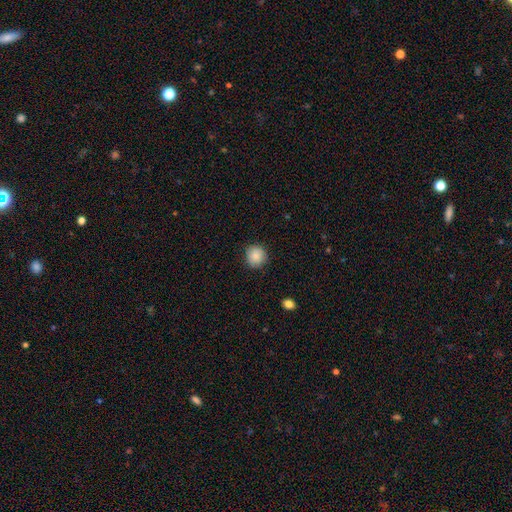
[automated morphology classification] smooth-or-featured: smooth: 86% | star or artifact: 8% | featured or disk: 6%
  how-rounded: round: 91% | in between: 8% | cigar-shaped: 1%
  merging: none: 85% | minor disturbance: 11% | major disturbance: 2% | merger: 1%